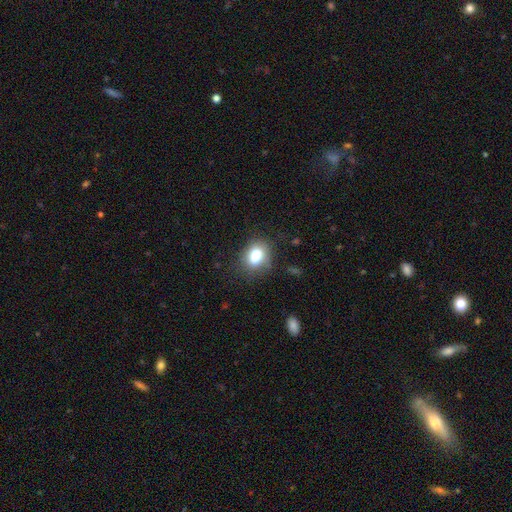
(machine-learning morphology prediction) Smooth or featured? smooth (81%)
How rounded? in between (64%)
Merging? none (75%)